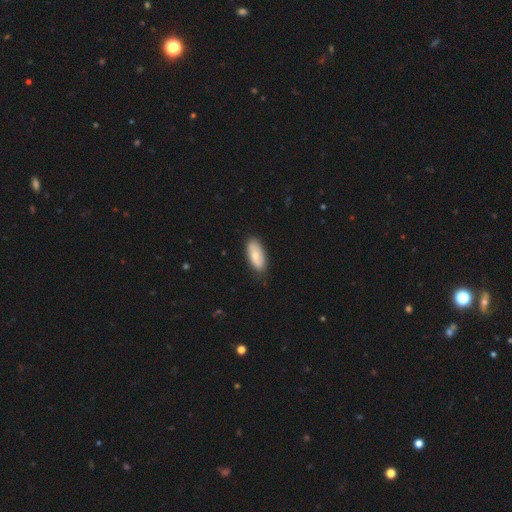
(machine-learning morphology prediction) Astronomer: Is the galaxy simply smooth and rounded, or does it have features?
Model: smooth — 70%.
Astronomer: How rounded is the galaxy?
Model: in between — 87%.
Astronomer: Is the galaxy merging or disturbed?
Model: none — 79%.